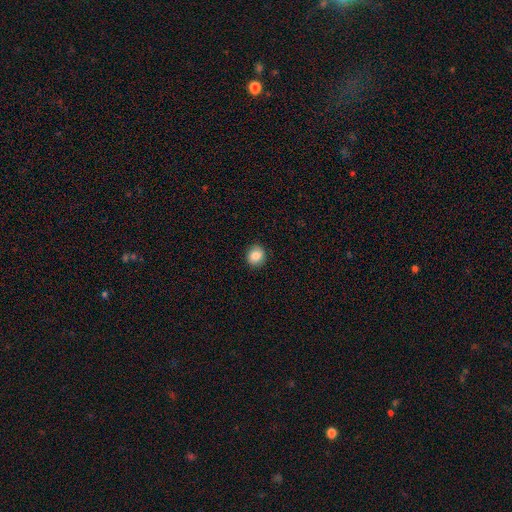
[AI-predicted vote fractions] This appears to be a smooth galaxy with no disk features (84%) that is round (83%). Merging: none (90%).